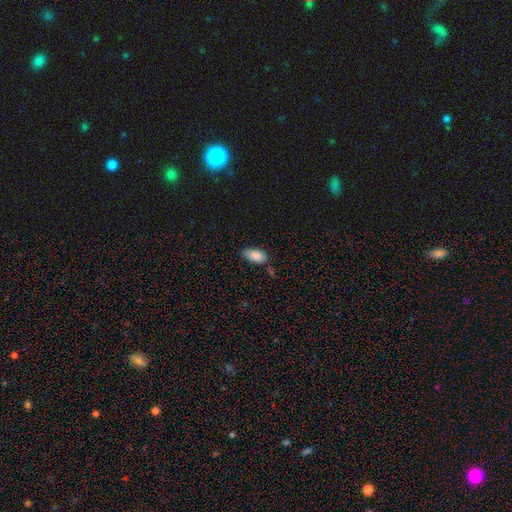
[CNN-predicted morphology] Smooth or featured? smooth (86%)
How rounded? in between (93%)
Merging? none (69%)